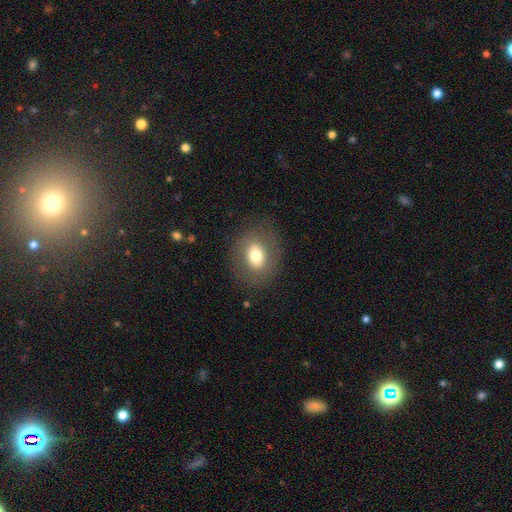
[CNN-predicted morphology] A smooth galaxy with no disk features (69%) that is in between round and cigar-shaped (56%).

Vote fractions:
- Smooth or featured? smooth: 69% / featured or disk: 22% / star or artifact: 9%
- How rounded? in between: 56% / round: 43% / cigar-shaped: 1%
- Merging? none: 82% / minor disturbance: 11% / major disturbance: 6% / merger: 1%